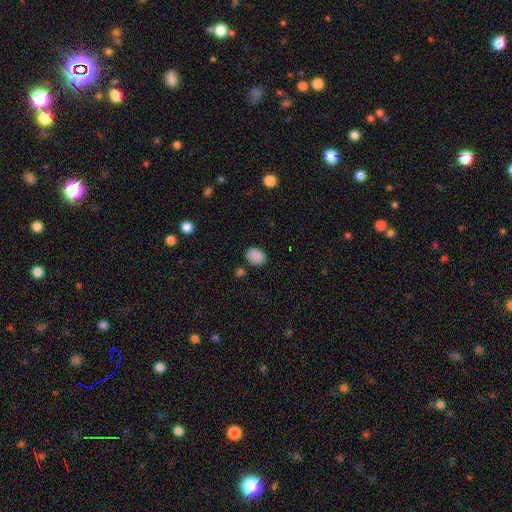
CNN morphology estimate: This is clearly a smooth galaxy (87%). How rounded: likely in between (65%). Merging: likely none (78%).